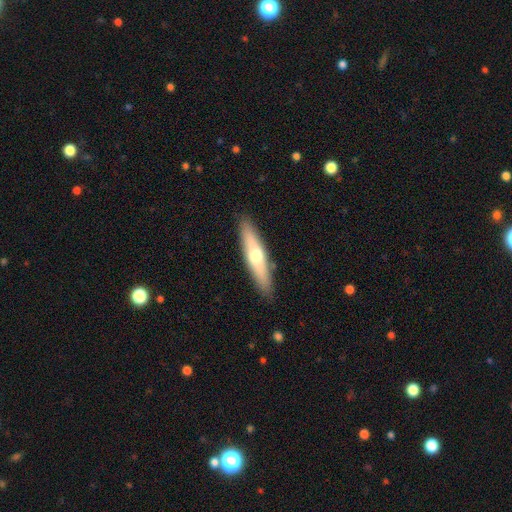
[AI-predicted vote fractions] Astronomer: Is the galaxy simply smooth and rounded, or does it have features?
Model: smooth — 53% (runner-up: featured or disk, 42%).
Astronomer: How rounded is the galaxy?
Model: cigar-shaped — 79%.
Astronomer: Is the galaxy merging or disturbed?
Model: none — 89%.